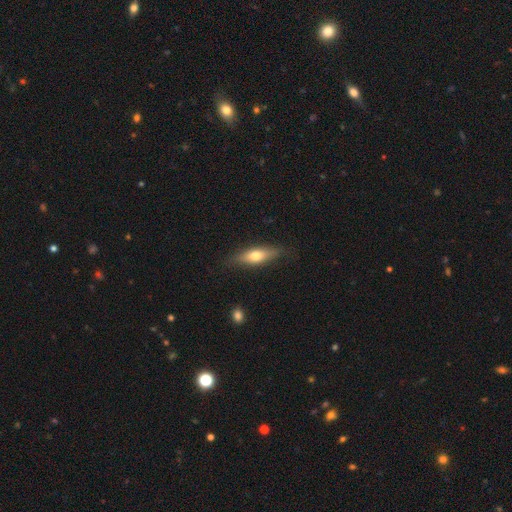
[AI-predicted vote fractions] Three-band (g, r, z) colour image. It shows a smooth galaxy with no disk features (61%) that is in between round and cigar-shaped (49%). Merging: none (82%).